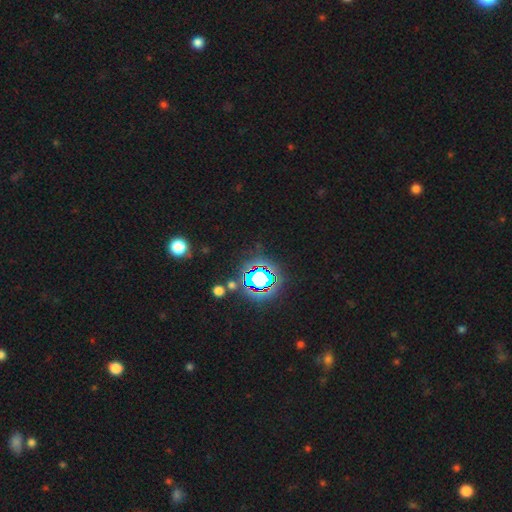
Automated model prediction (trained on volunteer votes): This is clearly a star or artifact rather than a galaxy (85%).